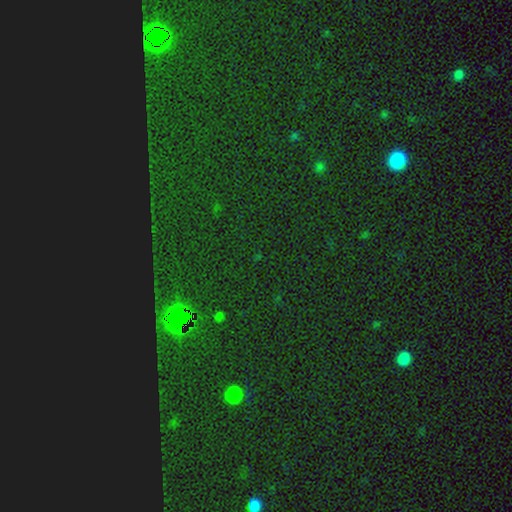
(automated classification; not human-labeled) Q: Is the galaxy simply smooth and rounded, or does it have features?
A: star or artifact — 82%.